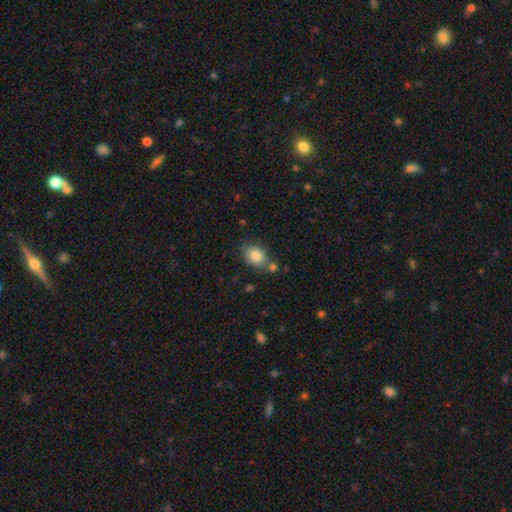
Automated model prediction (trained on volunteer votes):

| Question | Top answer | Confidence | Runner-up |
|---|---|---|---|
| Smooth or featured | smooth | 83% | star or artifact (9%) |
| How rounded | in between | 62% | round (37%) |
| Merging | none | 66% | minor disturbance (17%) |